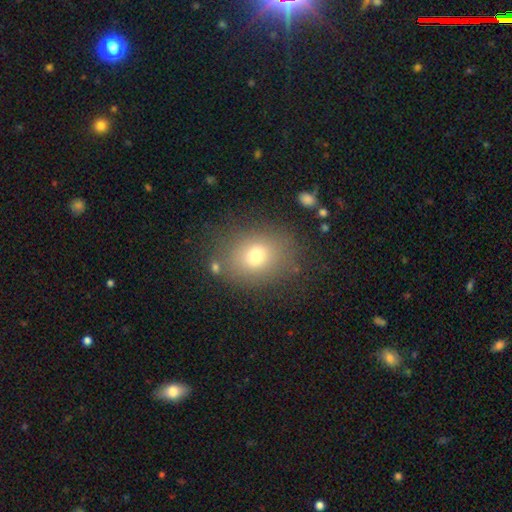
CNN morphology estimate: Smooth or featured? smooth (72%)
How rounded? round (52%)
Merging? none (79%)